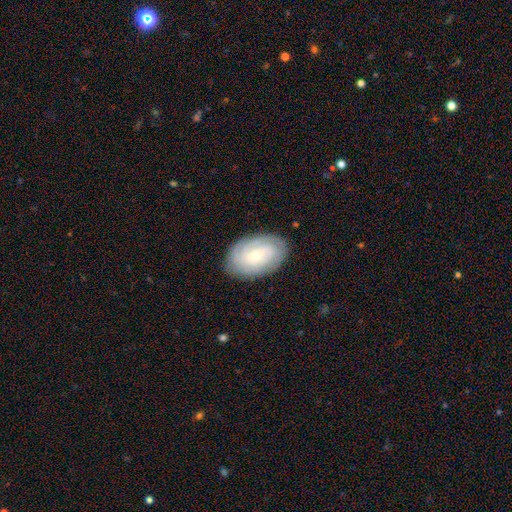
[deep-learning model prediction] A featured or disk galaxy (75%) with no bar (63%), tight (76%) spiral arms (94%) and a small central bulge (75%).

Vote fractions:
- Smooth or featured? featured or disk: 75% / smooth: 18% / star or artifact: 6%
- Edge-on disk? no: 96% / yes: 4%
- Bar? no: 63% / weak: 30% / strong: 7%
- Spiral arms? yes: 94% / no: 6%
- Spiral winding? tight: 76% / medium: 20% / loose: 5%
- Spiral arm count? can't tell: 39% / 3: 18% / 4: 16% / 2: 15% / more than 4: 6% / 1: 6%
- Bulge size? small: 75% / moderate: 21% / none: 1% / large: 1% / dominant: 1%
- Merging? none: 83% / minor disturbance: 13% / major disturbance: 3% / merger: 1%